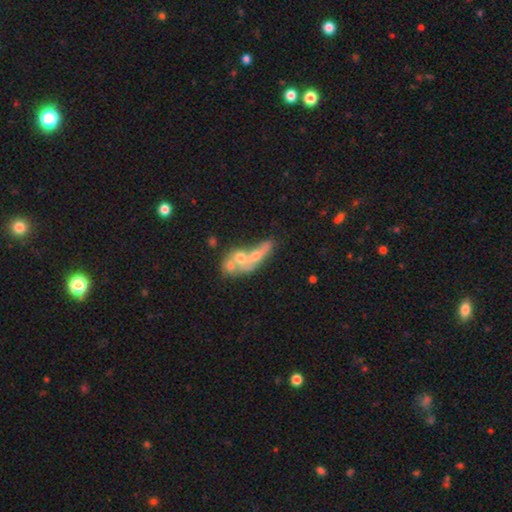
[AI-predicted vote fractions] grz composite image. It shows a smooth galaxy with no disk features (46%). Merging: merger (73%).